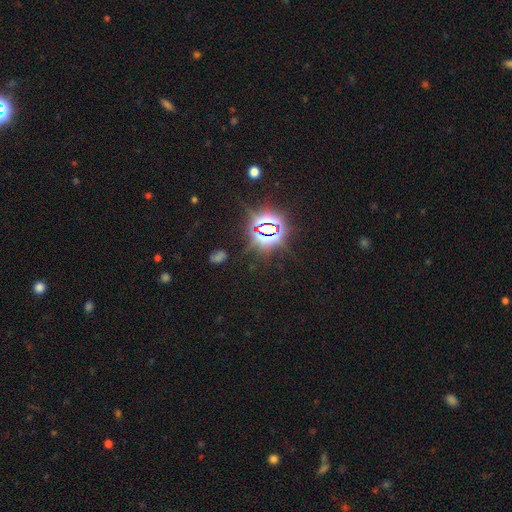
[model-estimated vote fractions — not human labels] The model was most divided on "smooth or featured": star or artifact: 85%, smooth: 10%, featured or disk: 5%.